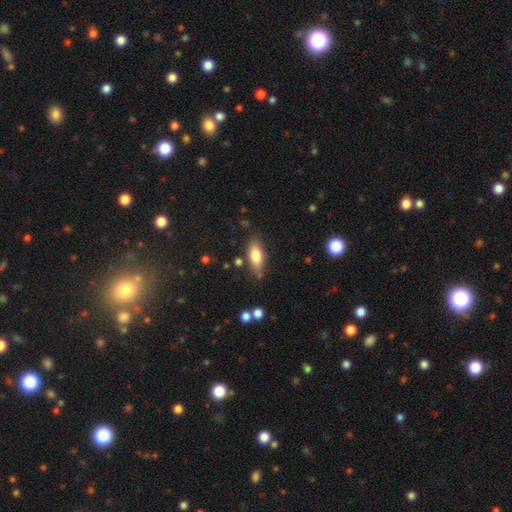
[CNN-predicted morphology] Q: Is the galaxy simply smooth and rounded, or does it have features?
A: smooth — 77%.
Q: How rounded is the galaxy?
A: in between — 78%.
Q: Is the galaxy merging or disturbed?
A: none — 78%.